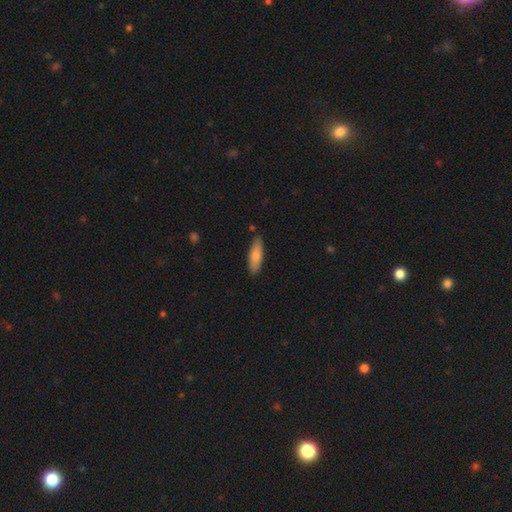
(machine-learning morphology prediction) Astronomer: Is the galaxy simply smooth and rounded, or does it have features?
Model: smooth — 80%.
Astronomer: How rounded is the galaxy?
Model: cigar-shaped — 54% (runner-up: in between, 44%).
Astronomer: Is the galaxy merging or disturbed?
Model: none — 84%.